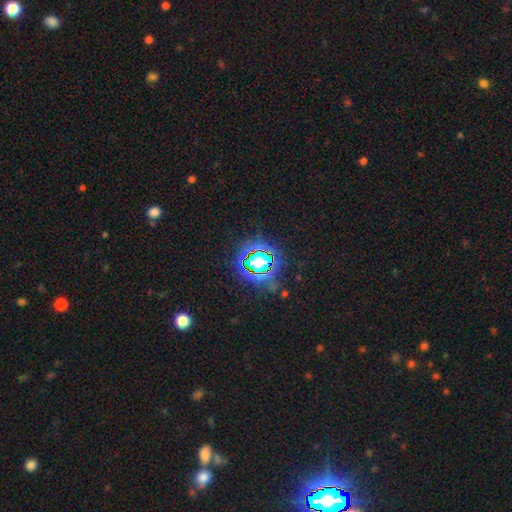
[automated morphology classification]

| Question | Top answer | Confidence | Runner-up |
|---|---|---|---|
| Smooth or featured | star or artifact | 82% | smooth (11%) |